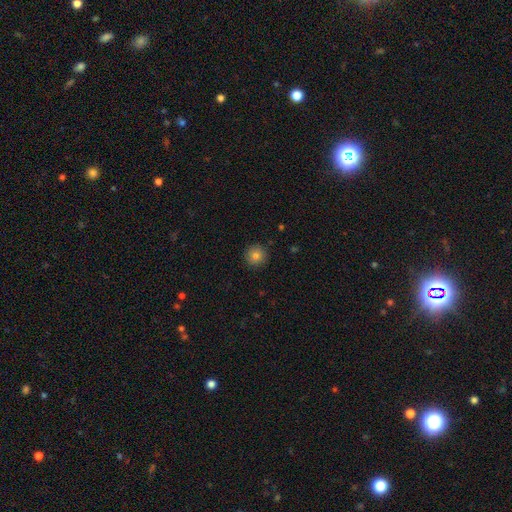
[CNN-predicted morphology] Smooth or featured: smooth — 81% (star or artifact — 12%)
How rounded: round — 95% (in between — 4%)
Merging: none — 91% (minor disturbance — 6%)